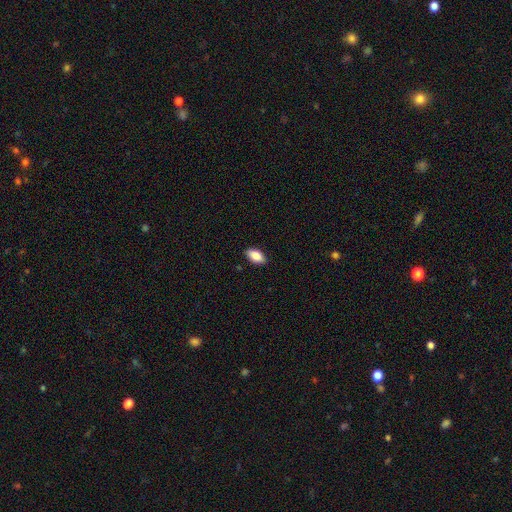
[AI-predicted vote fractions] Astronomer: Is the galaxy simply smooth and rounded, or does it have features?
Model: smooth — 87%.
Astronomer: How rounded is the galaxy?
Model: in between — 92%.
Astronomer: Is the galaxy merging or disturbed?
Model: none — 88%.